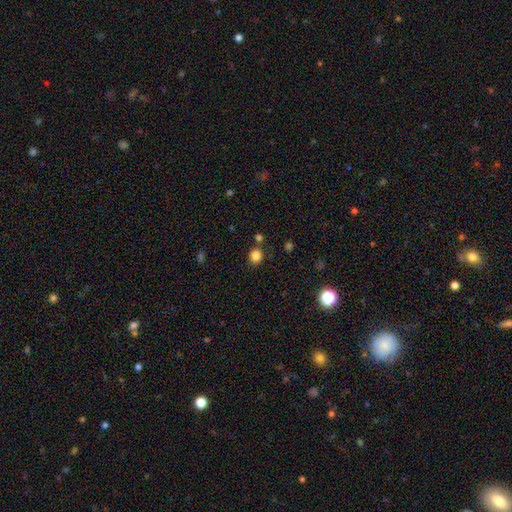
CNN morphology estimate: Smooth or featured? smooth (83%)
How rounded? round (76%)
Merging? none (80%)